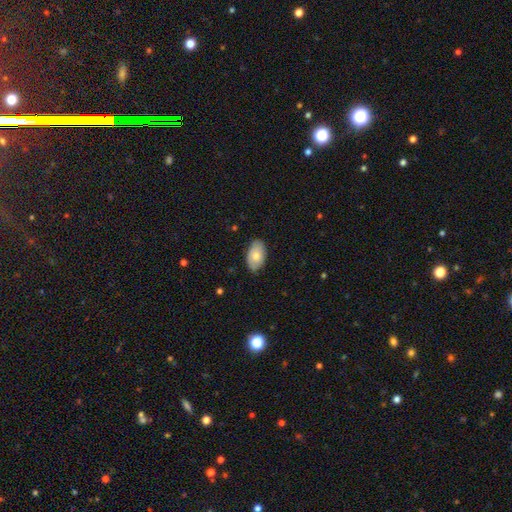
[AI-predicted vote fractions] A smooth galaxy with no disk features (70%) that is in between round and cigar-shaped (93%).

Vote fractions:
- Smooth or featured? smooth: 70% / featured or disk: 24% / star or artifact: 6%
- How rounded? in between: 93% / round: 5% / cigar-shaped: 1%
- Merging? none: 79% / minor disturbance: 17% / major disturbance: 3% / merger: 1%